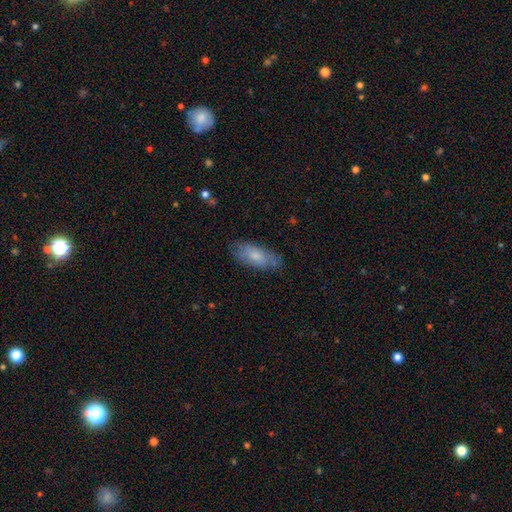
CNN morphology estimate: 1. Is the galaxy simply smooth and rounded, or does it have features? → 72% smooth, 21% featured or disk, 7% star or artifact.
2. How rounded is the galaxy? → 79% in between, 19% cigar-shaped, 2% round.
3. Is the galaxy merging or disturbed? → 75% none, 19% minor disturbance, 5% major disturbance, 1% merger.